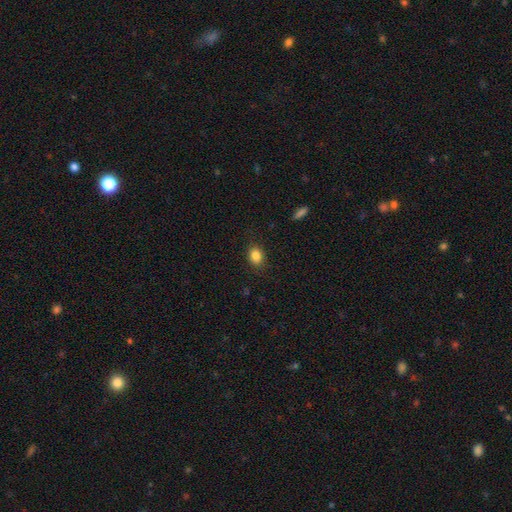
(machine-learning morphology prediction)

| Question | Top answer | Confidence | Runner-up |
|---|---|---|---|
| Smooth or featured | smooth | 85% | star or artifact (10%) |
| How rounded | in between | 65% | round (34%) |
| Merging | none | 86% | minor disturbance (10%) |